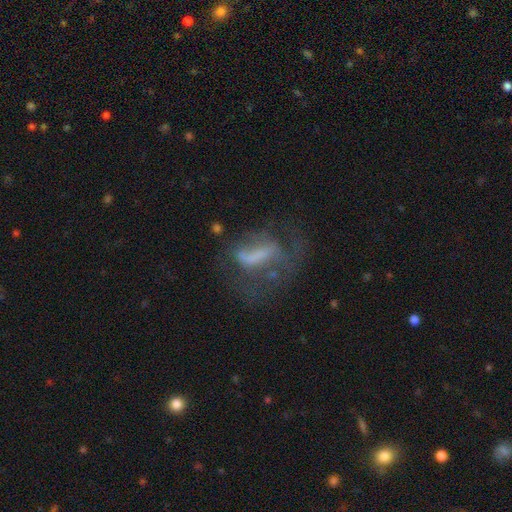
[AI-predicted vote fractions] Smooth or featured: featured or disk — 50% (smooth — 34%)
Edge-on disk: no — 90% (yes — 10%)
Merging: major disturbance — 44% (none — 31%)